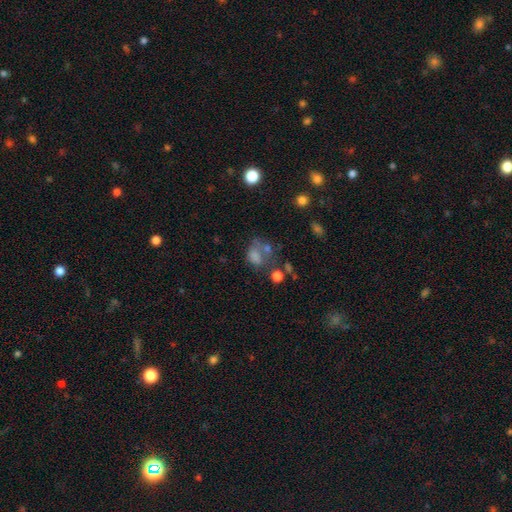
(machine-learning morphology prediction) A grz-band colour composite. It shows a smooth galaxy with no disk features (63%) that is in between round and cigar-shaped (62%). Merging: none (29%).